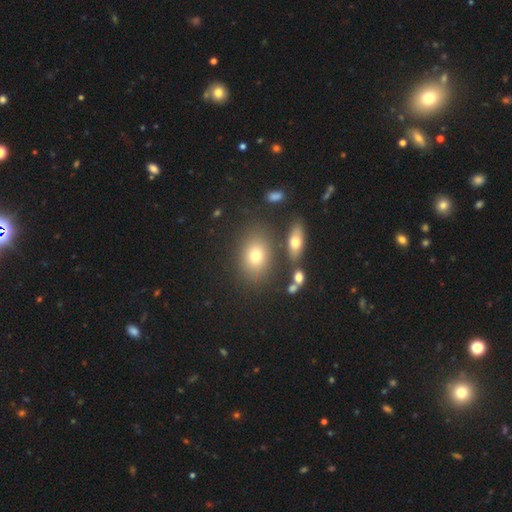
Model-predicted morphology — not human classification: Q: Smooth or featured?
A: smooth (74%); runner-up: featured or disk (14%)
Q: How rounded?
A: in between (71%); runner-up: round (27%)
Q: Merging?
A: none (75%); runner-up: minor disturbance (12%)